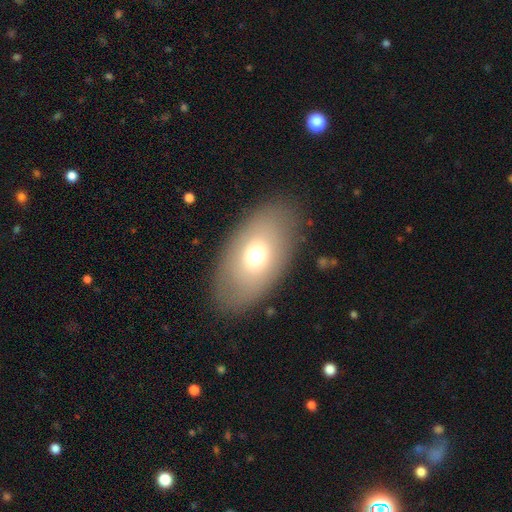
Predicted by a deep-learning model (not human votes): Q: Smooth or featured?
A: smooth (66%); runner-up: featured or disk (25%)
Q: How rounded?
A: in between (90%); runner-up: round (8%)
Q: Merging?
A: none (84%); runner-up: minor disturbance (10%)